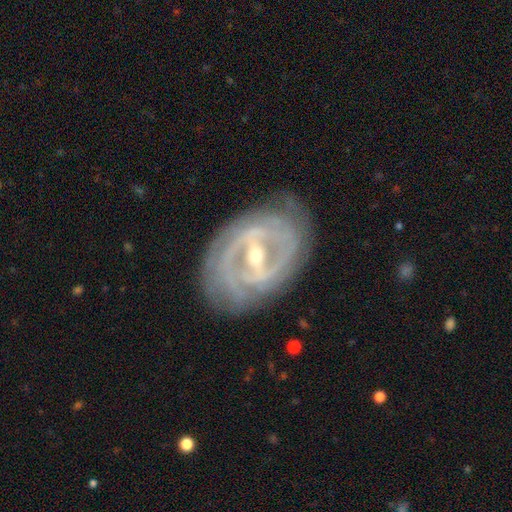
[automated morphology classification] Smooth or featured? Predicted: featured or disk (p=0.89). Edge-on disk? Predicted: no (p=0.94). Bar? Predicted: strong (p=0.69). Spiral arms? Predicted: yes (p=0.88). Spiral winding? Predicted: tight (p=0.66). Spiral arm count? Predicted: 2 (p=0.43). Bulge size? Predicted: small (p=0.49). Merging? Predicted: none (p=0.76).